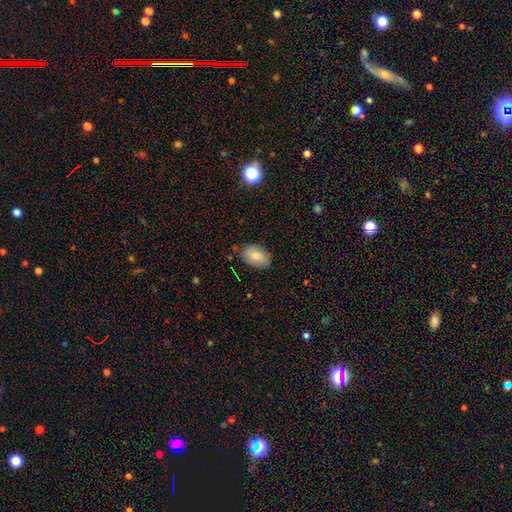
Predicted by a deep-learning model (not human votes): Morphology: type=smooth (81%); roundness=in between (90%); merging=none (80%).